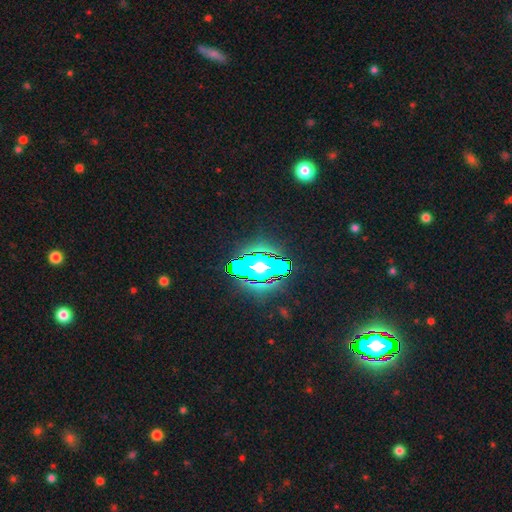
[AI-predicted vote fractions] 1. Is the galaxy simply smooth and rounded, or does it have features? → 50% star or artifact, 28% smooth, 22% featured or disk.